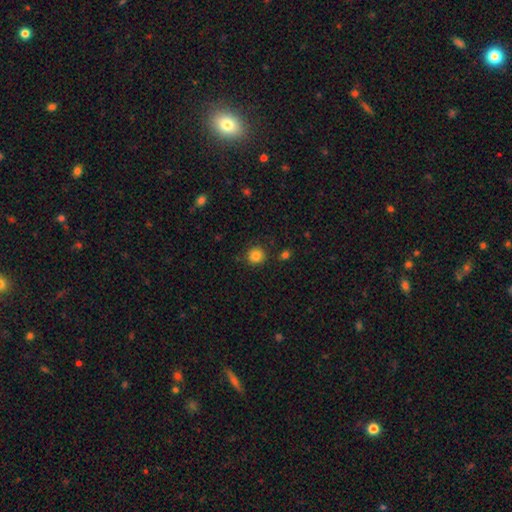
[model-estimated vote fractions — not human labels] This is clearly a smooth galaxy (83%). How rounded: clearly round (92%). Merging: clearly none (89%).